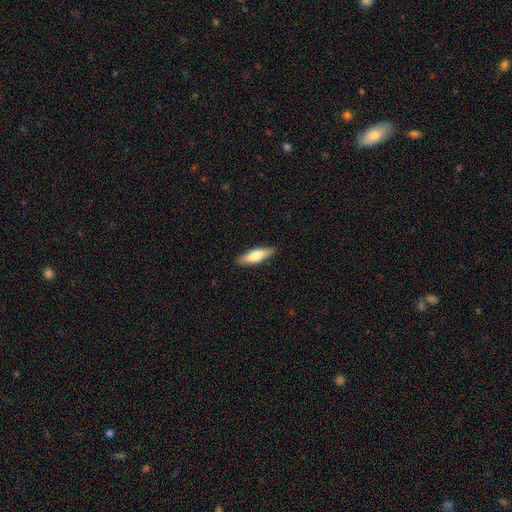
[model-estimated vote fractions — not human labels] Morphology: type=smooth (55%); roundness=cigar-shaped (60%); merging=none (89%).